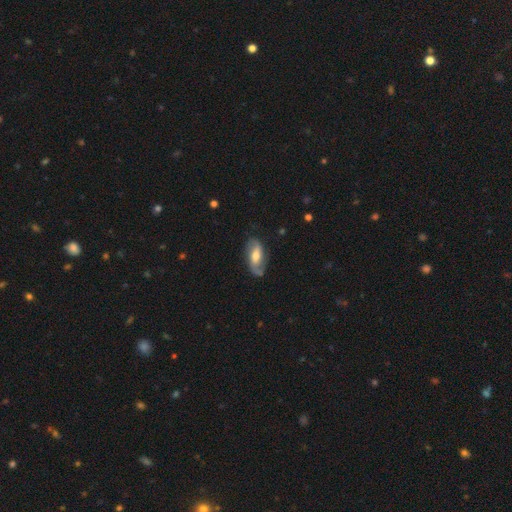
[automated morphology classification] The model was most divided on "spiral winding": loose: 43%, medium: 39%, tight: 18%. Remaining: edge-on disk — no (93%); spiral arms — yes (90%); spiral arm count — 2 (86%); merging — none (74%); smooth or featured — featured or disk (72%); bulge size — moderate (63%); bar — weak (43%).